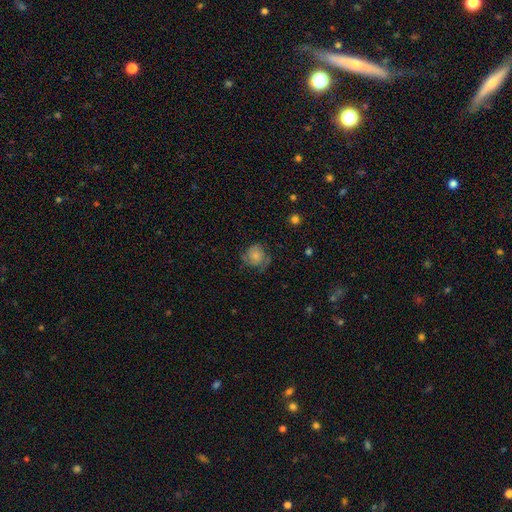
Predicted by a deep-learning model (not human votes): This appears to be a smooth galaxy with no disk features (61%) that is round (81%). Merging: none (56%).